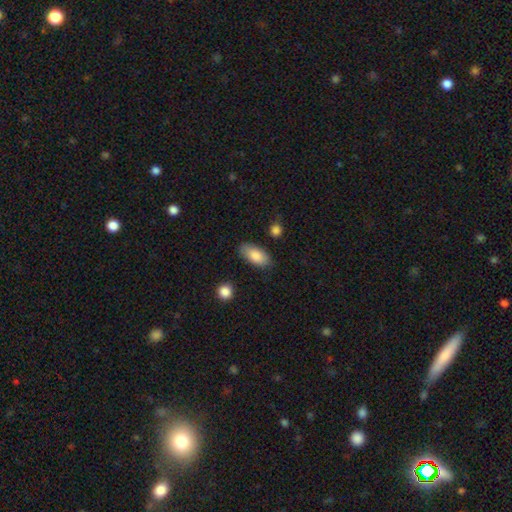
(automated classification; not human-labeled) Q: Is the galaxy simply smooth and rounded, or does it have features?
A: smooth — 85%.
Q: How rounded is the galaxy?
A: in between — 90%.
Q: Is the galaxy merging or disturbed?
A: none — 81%.